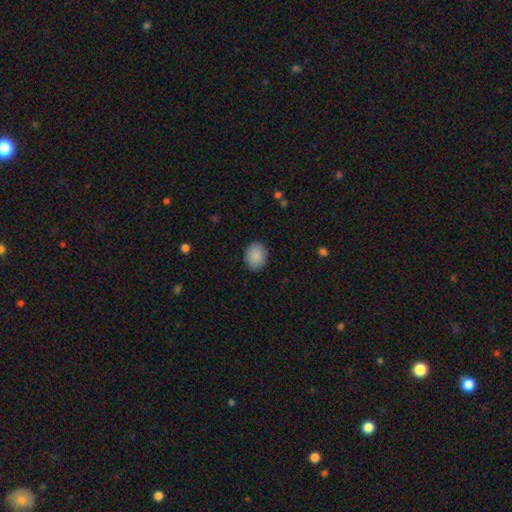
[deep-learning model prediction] Smooth or featured? smooth (90%)
How rounded? in between (52%)
Merging? none (89%)